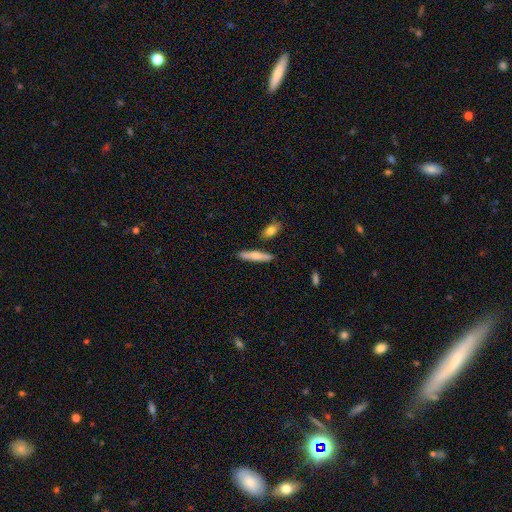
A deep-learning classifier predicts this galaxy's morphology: Smooth or featured: smooth — 67% (featured or disk — 27%)
How rounded: cigar-shaped — 85% (in between — 13%)
Merging: none — 84% (minor disturbance — 9%)